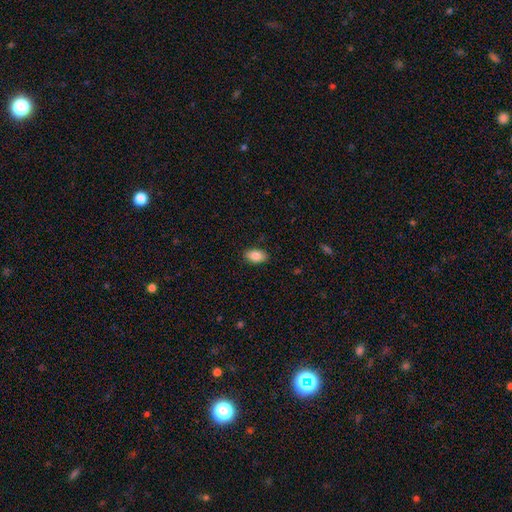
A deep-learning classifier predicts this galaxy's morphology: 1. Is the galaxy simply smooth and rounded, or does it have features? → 87% smooth, 7% star or artifact, 6% featured or disk.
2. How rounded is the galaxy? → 92% in between, 6% round, 2% cigar-shaped.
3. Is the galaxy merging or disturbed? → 87% none, 10% minor disturbance, 2% major disturbance, 1% merger.